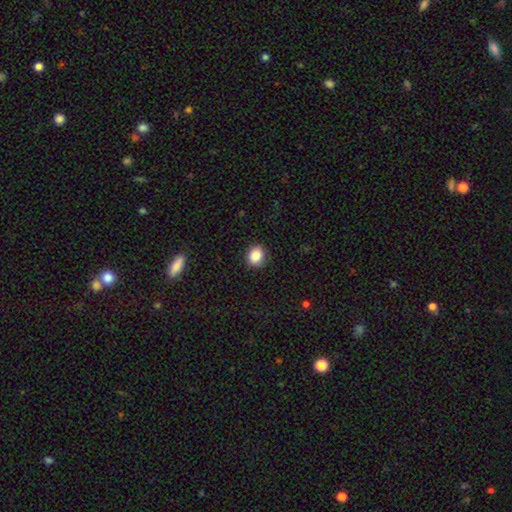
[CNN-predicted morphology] Overall: smooth (86%). How rounded: round (75%). Merging: none (88%).